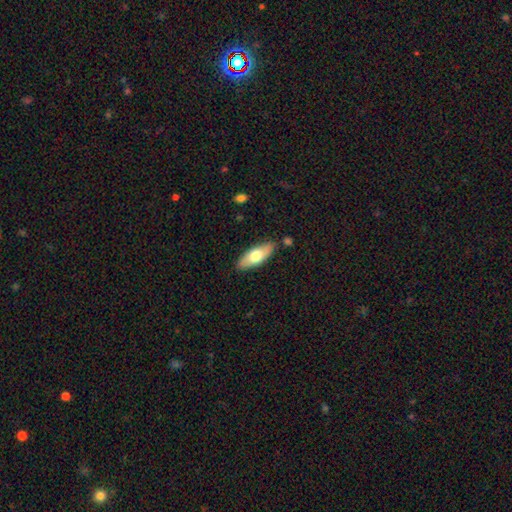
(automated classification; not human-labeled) This is likely a smooth galaxy (64%). How rounded: likely in between (70%). Merging: clearly none (85%).